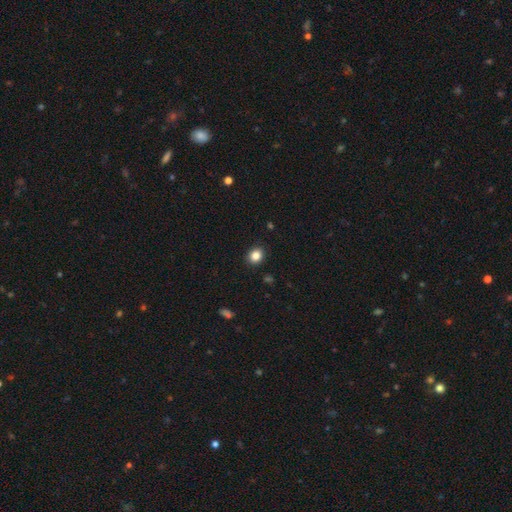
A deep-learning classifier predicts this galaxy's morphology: smooth_or_featured: smooth (p=0.85) [alt: star or artifact p=0.11]
how_rounded: round (p=0.63) [alt: in between p=0.36]
merging: none (p=0.90) [alt: minor disturbance p=0.07]